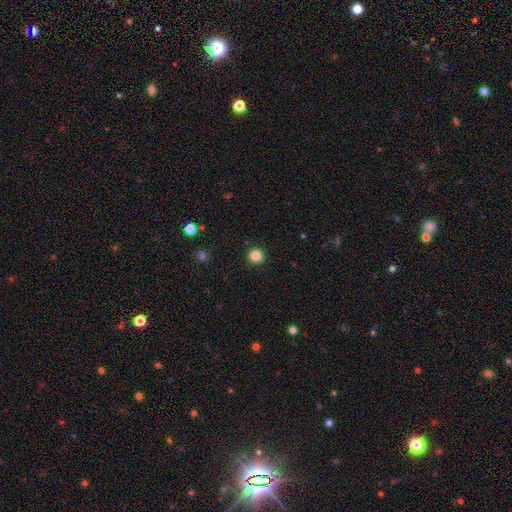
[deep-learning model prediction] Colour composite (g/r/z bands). It shows a smooth galaxy with no disk features (84%) that is round (94%). Merging: none (92%).